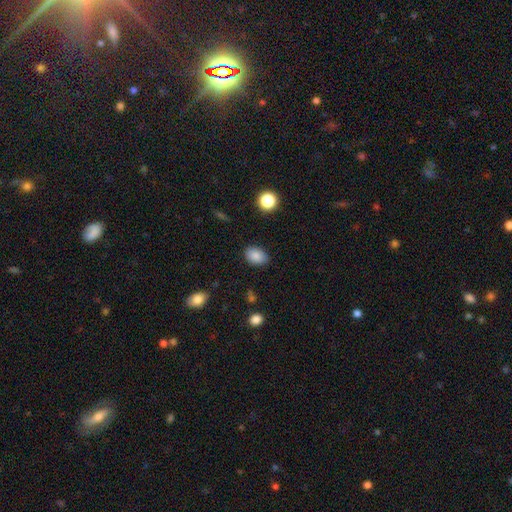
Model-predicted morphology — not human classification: This is clearly a smooth galaxy (87%). How rounded: clearly in between (83%). Merging: clearly none (84%).